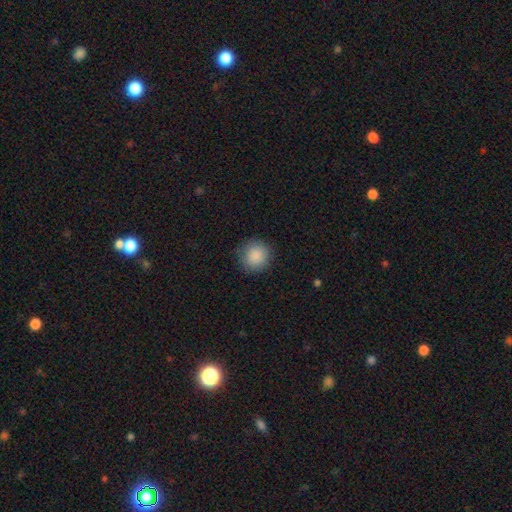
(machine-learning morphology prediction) Overall: smooth (89%). How rounded: round (93%). Merging: none (87%).